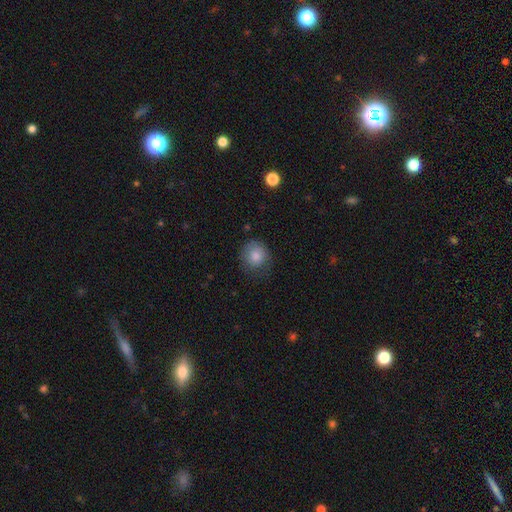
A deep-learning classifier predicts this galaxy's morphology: Q: Smooth or featured?
A: smooth (82%); runner-up: featured or disk (9%)
Q: How rounded?
A: round (86%); runner-up: in between (13%)
Q: Merging?
A: none (73%); runner-up: minor disturbance (20%)